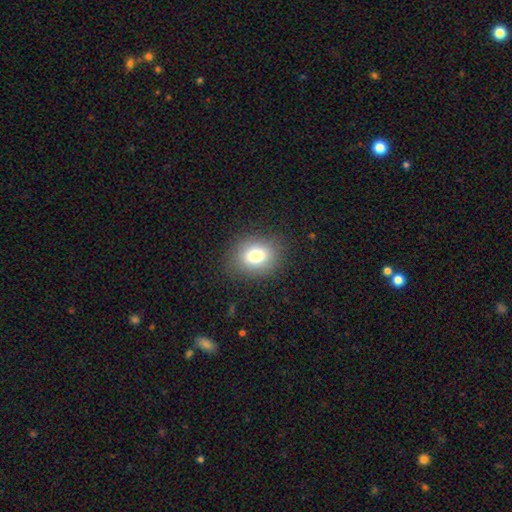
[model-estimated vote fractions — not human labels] A smooth galaxy with no disk features (79%) that is in between round and cigar-shaped (51%). Merging: none (84%).